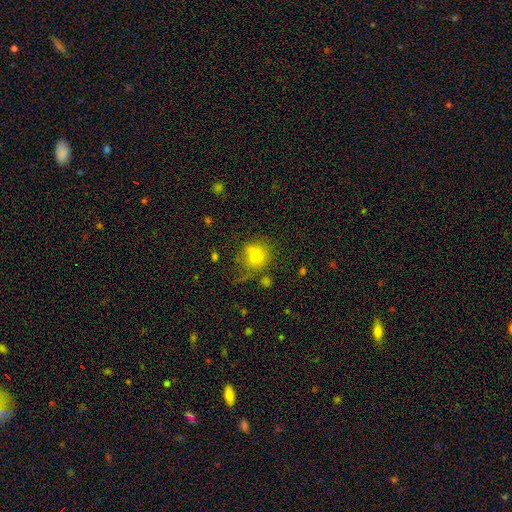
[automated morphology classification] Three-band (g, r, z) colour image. It shows a smooth galaxy with no disk features (74%) that is round (80%). Merging: none (52%).